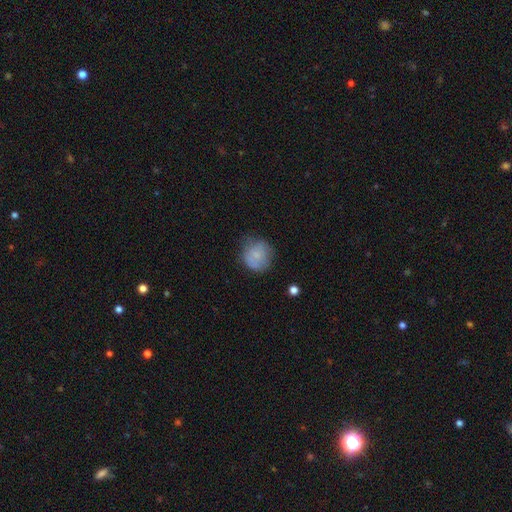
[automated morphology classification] Smooth or featured?
  - smooth: 73% *
  - featured or disk: 18%
  - star or artifact: 9%
How rounded?
  - round: 82% *
  - in between: 17%
  - cigar-shaped: 1%
Merging?
  - none: 59% *
  - minor disturbance: 29%
  - major disturbance: 10%
  - merger: 2%